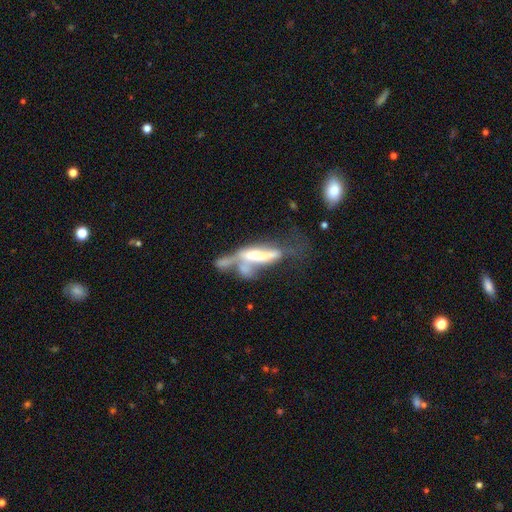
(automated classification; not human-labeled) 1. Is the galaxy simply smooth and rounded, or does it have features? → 55% featured or disk, 35% smooth, 10% star or artifact.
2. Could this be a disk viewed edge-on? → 69% no, 31% yes.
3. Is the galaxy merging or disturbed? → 54% merger, 26% major disturbance, 11% none, 8% minor disturbance.